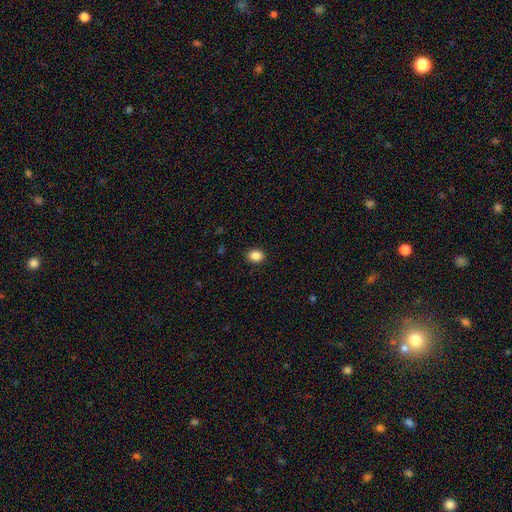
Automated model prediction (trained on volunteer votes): This is clearly a smooth galaxy (87%). How rounded: possibly in between (57%). Merging: clearly none (90%).